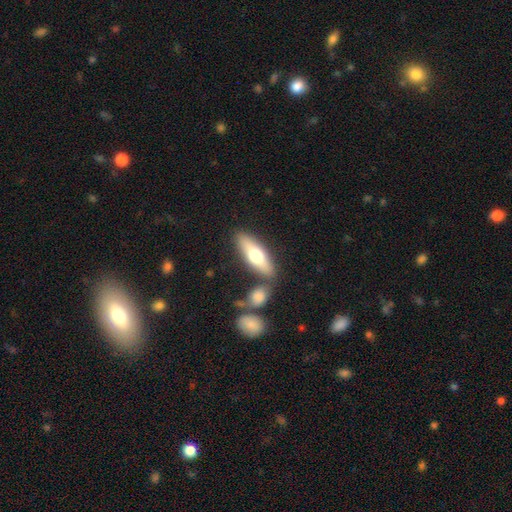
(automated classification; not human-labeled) Smooth or featured?
  - smooth: 59% *
  - featured or disk: 35%
  - star or artifact: 6%
How rounded?
  - in between: 52% *
  - cigar-shaped: 45%
  - round: 3%
Merging?
  - none: 74% *
  - merger: 11%
  - minor disturbance: 11%
  - major disturbance: 3%